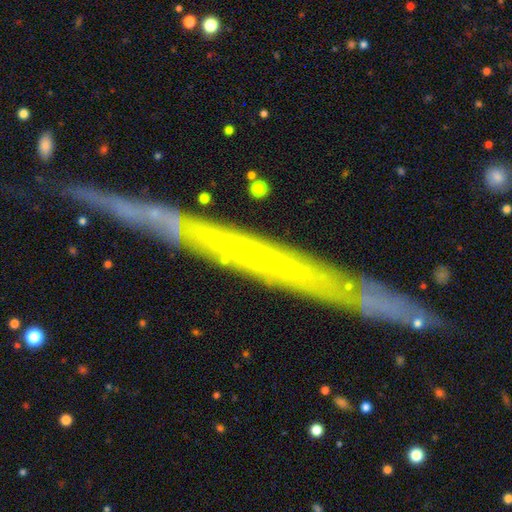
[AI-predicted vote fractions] A featured or disk galaxy (66%) viewed edge-on (93%) with no central bulge (92%).

Vote fractions:
- Smooth or featured? featured or disk: 66% / smooth: 24% / star or artifact: 10%
- Edge-on disk? yes: 93% / no: 7%
- Edge-on bulge? none: 92% / rounded: 5% / boxy: 4%
- Merging? none: 84% / minor disturbance: 12% / major disturbance: 2% / merger: 2%